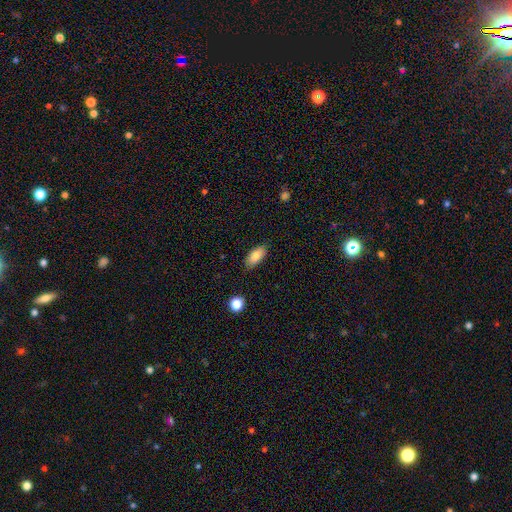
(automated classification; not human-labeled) Smooth or featured? smooth (83%)
How rounded? in between (87%)
Merging? none (82%)